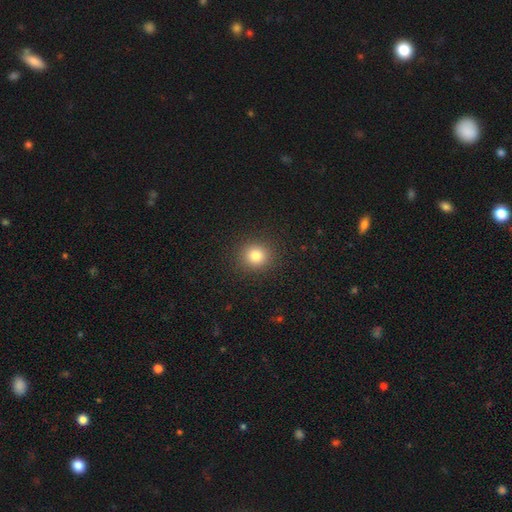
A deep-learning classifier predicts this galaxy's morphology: A smooth galaxy with no disk features (81%) that is round (89%). Merging: none (91%).